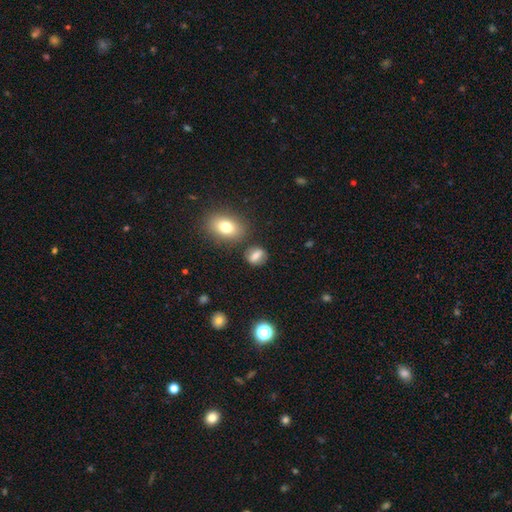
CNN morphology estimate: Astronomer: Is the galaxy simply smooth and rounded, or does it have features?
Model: smooth — 70%.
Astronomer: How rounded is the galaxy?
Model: in between — 58% (runner-up: round, 38%).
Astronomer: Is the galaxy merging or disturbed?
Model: none — 77%.